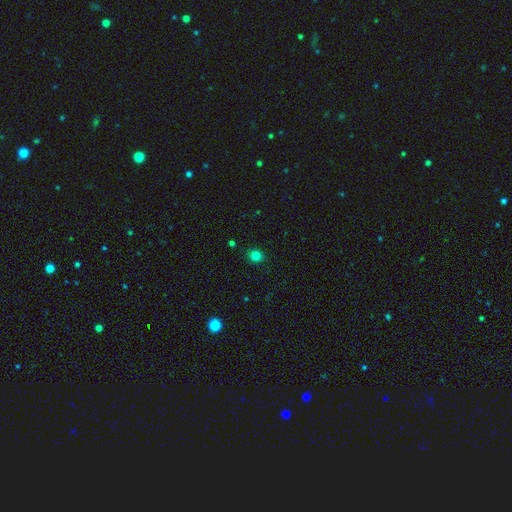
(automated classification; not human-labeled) Smooth or featured?
  - smooth: 80% *
  - star or artifact: 15%
  - featured or disk: 5%
How rounded?
  - round: 77% *
  - in between: 22%
  - cigar-shaped: 1%
Merging?
  - none: 89% *
  - minor disturbance: 8%
  - major disturbance: 2%
  - merger: 1%